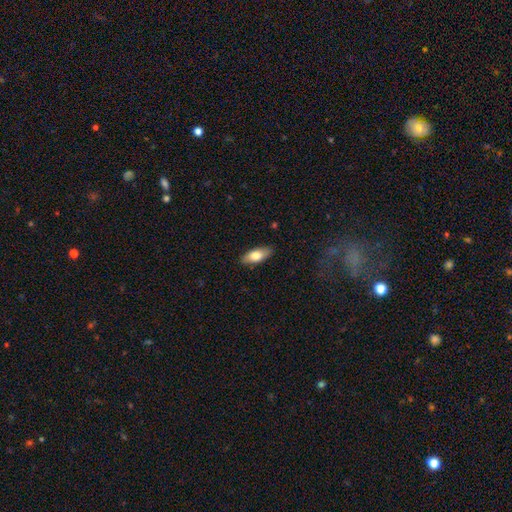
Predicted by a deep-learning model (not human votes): smooth 75%, featured or disk 19%, star or artifact 6%. Down the decision tree: how rounded — in between (79%); merging — none (87%).